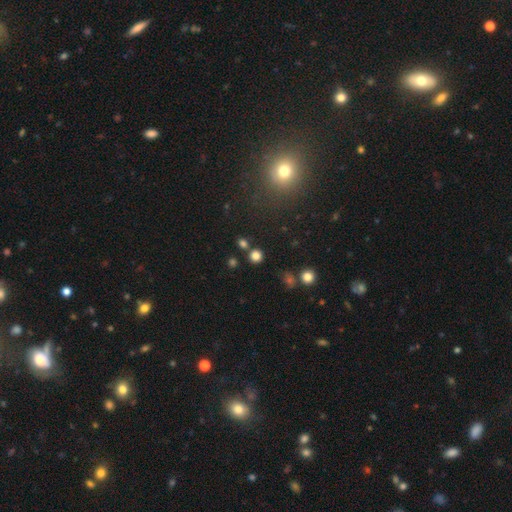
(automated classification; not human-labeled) Smooth or featured: smooth — 78% (star or artifact — 17%)
How rounded: round — 90% (in between — 9%)
Merging: none — 80% (merger — 10%)